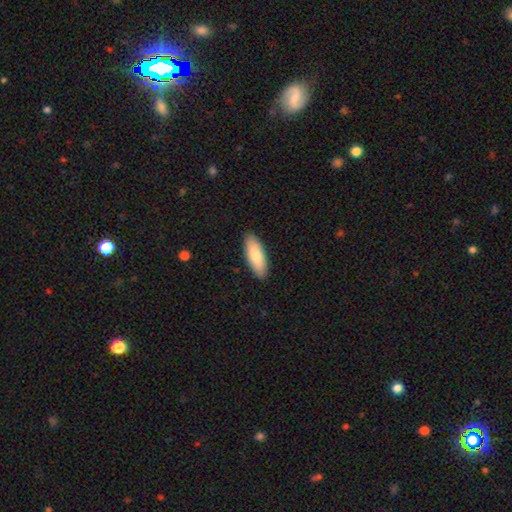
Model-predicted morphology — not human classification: Smooth or featured?
  - smooth: 81% *
  - featured or disk: 13%
  - star or artifact: 5%
How rounded?
  - in between: 73% *
  - cigar-shaped: 25%
  - round: 2%
Merging?
  - none: 89% *
  - minor disturbance: 8%
  - major disturbance: 2%
  - merger: 1%